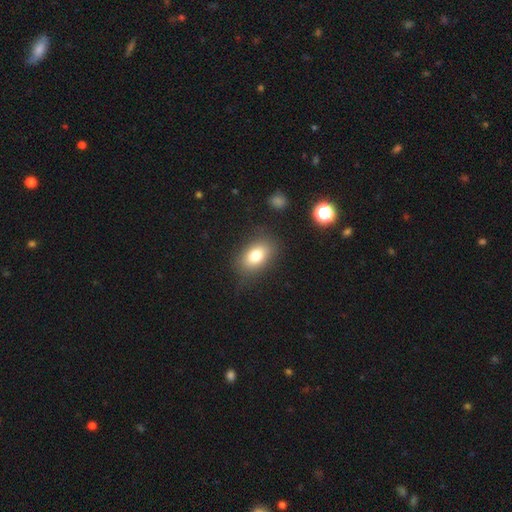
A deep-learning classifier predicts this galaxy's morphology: smooth 78%, featured or disk 12%, star or artifact 10%. Down the decision tree: how rounded — in between (83%); merging — none (80%).